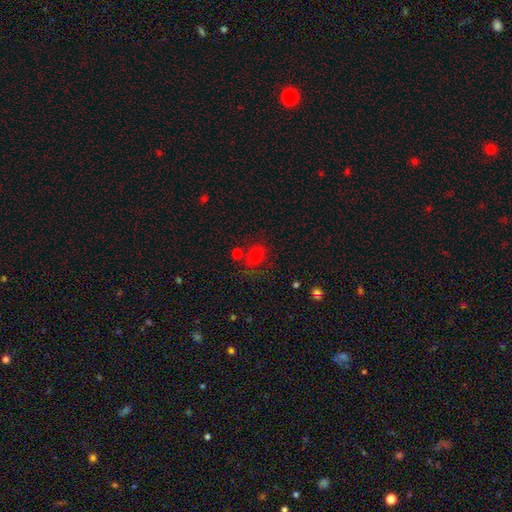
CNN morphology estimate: Smooth or featured? smooth (75%)
How rounded? in between (61%)
Merging? none (62%)